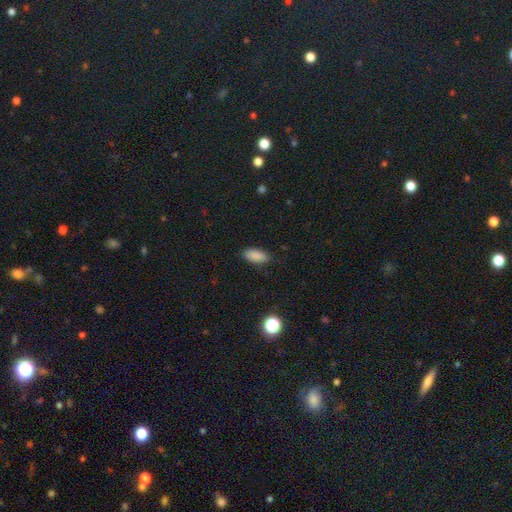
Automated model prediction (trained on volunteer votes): A smooth galaxy with no disk features (87%) that is in between round and cigar-shaped (89%). Merging: none (84%).